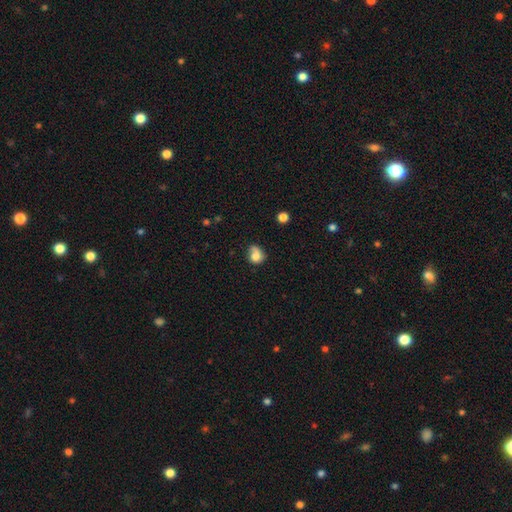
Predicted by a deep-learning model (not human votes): This is likely a smooth galaxy (73%). How rounded: possibly round (60%). Merging: marginally none (40%).